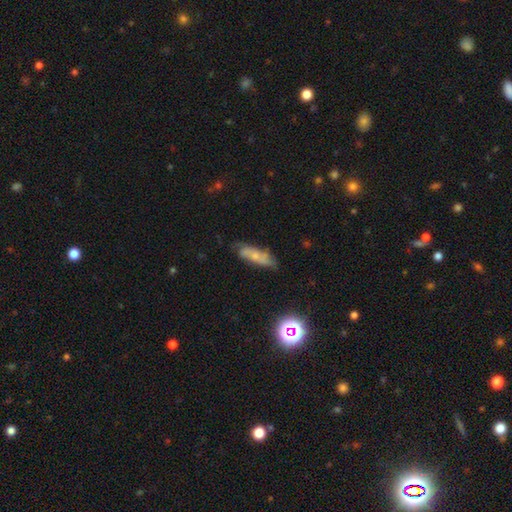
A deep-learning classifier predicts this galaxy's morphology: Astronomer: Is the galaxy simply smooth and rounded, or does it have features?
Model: smooth — 50% (runner-up: featured or disk, 40%).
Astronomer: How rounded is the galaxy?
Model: in between — 50% (runner-up: cigar-shaped, 46%).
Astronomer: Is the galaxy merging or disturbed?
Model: none — 62%.